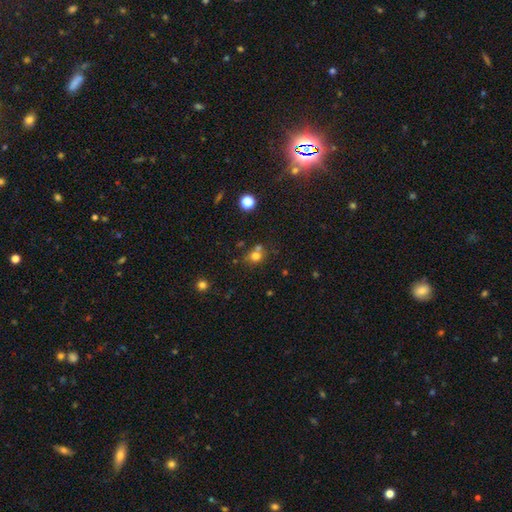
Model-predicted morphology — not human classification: This appears to be a smooth galaxy with no disk features (74%) that is round (79%). Merging: none (56%).